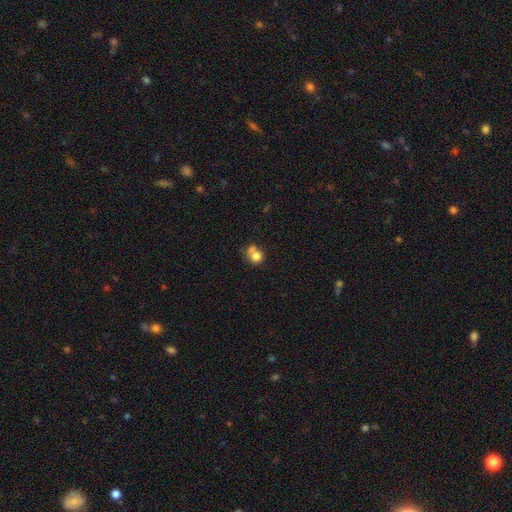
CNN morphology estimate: Smooth or featured?
  - smooth: 76% *
  - featured or disk: 13%
  - star or artifact: 11%
How rounded?
  - round: 78% *
  - in between: 21%
  - cigar-shaped: 1%
Merging?
  - merger: 43% *
  - none: 39%
  - minor disturbance: 12%
  - major disturbance: 6%